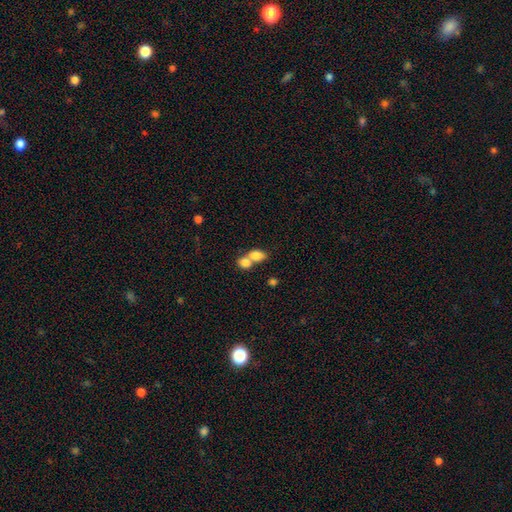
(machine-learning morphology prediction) This appears to be a smooth galaxy with no disk features (80%) that is in between round and cigar-shaped (74%). Merging: merger (69%).